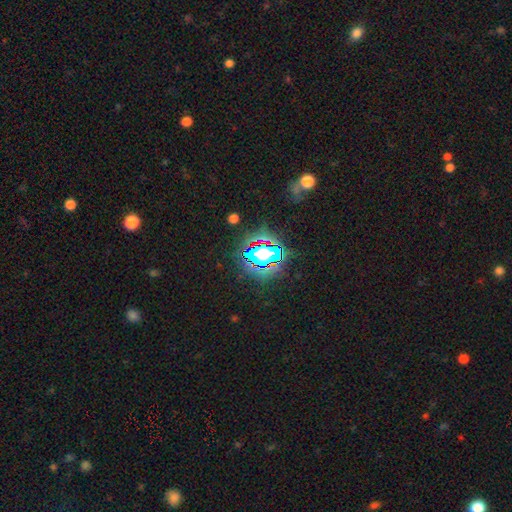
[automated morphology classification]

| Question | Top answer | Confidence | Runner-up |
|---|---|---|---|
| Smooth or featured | star or artifact | 79% | smooth (13%) |